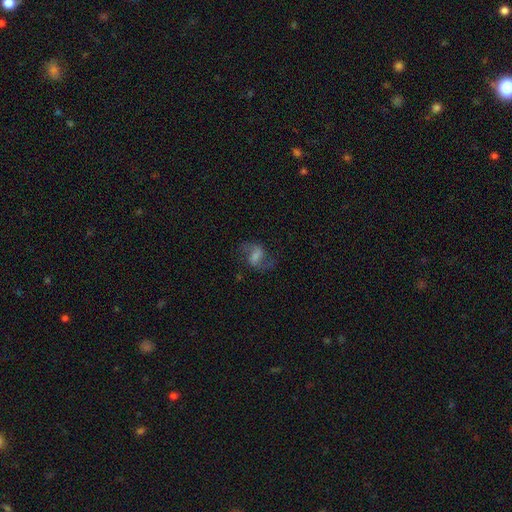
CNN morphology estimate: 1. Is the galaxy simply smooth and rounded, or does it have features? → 68% featured or disk, 21% smooth, 10% star or artifact.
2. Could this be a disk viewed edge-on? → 97% no, 3% yes.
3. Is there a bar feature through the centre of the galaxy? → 49% weak, 32% strong, 19% no.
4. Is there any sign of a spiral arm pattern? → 92% yes, 8% no.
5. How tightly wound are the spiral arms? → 58% loose, 35% medium, 6% tight.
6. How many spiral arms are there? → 91% 2, 4% can't tell, 3% 1, 1% 3, 1% 4, 1% more than 4.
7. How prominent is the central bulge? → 33% none, 26% moderate, 24% small, 14% large, 2% dominant.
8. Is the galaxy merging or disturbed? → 71% none, 16% minor disturbance, 12% major disturbance, 2% merger.